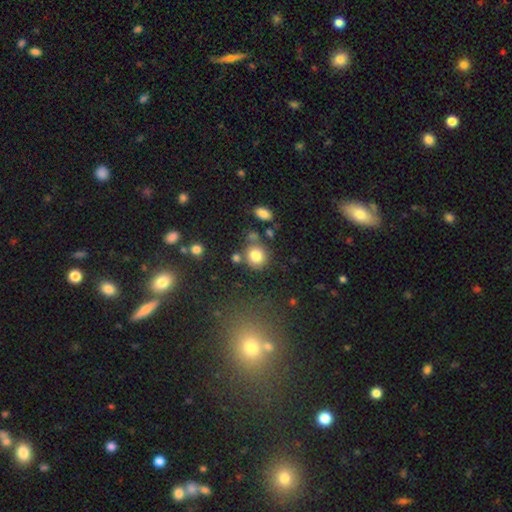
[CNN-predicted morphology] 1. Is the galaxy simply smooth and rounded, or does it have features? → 81% smooth, 11% star or artifact, 8% featured or disk.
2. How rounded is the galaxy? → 84% round, 15% in between, 1% cigar-shaped.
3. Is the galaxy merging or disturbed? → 70% none, 14% merger, 12% minor disturbance, 4% major disturbance.